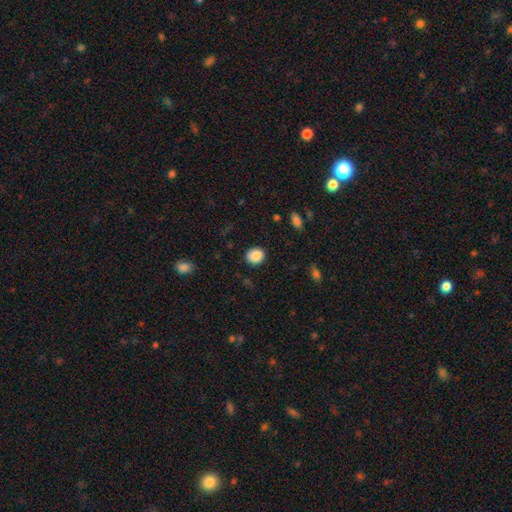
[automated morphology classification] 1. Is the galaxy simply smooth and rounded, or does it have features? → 88% smooth, 8% star or artifact, 4% featured or disk.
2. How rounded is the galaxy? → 73% round, 26% in between, 1% cigar-shaped.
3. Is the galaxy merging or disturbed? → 85% none, 11% minor disturbance, 3% major disturbance, 1% merger.